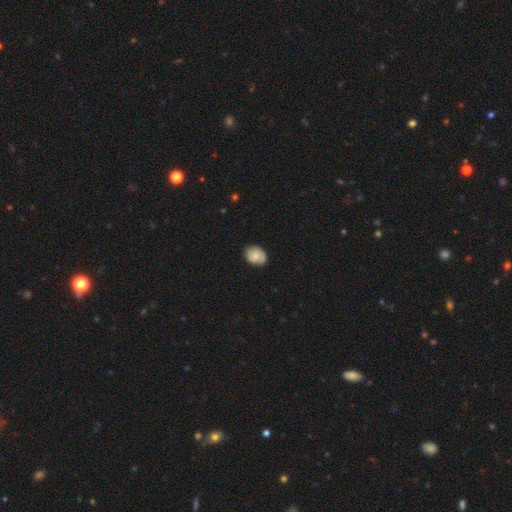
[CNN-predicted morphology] type=smooth (66%); roundness=round (51%); merging=none (73%).